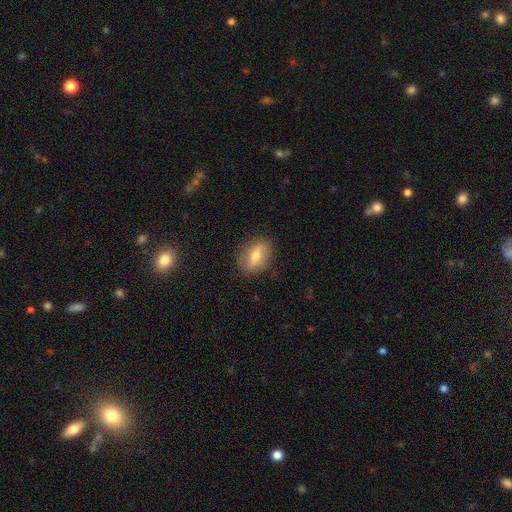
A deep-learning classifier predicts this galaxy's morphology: Q: Smooth or featured?
A: smooth (64%); runner-up: featured or disk (28%)
Q: How rounded?
A: in between (69%); runner-up: round (26%)
Q: Merging?
A: none (85%); runner-up: minor disturbance (11%)